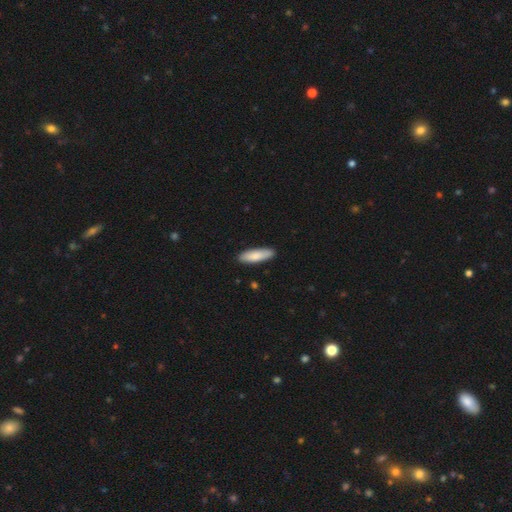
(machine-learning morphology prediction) A smooth galaxy with no disk features (83%) that is cigar-shaped (57%).

Vote fractions:
- Smooth or featured? smooth: 83% / featured or disk: 12% / star or artifact: 5%
- How rounded? cigar-shaped: 57% / in between: 41% / round: 2%
- Merging? none: 89% / minor disturbance: 8% / major disturbance: 1% / merger: 1%